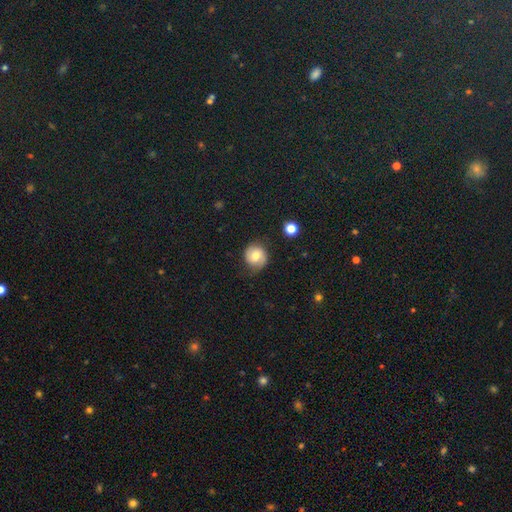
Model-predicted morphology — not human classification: This is possibly a smooth galaxy (50%). Merging: likely none (71%).